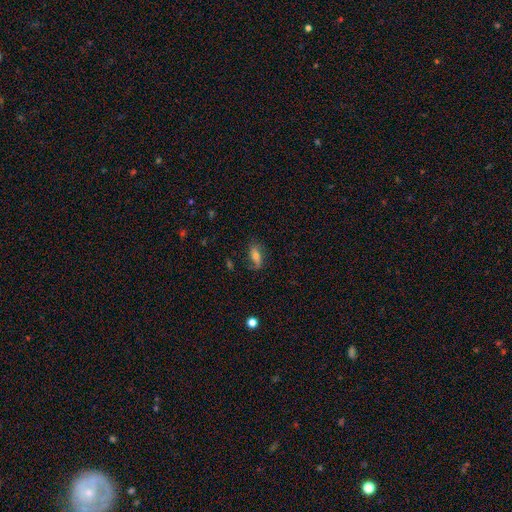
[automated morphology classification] This appears to be a smooth galaxy with no disk features (55%) that is in between round and cigar-shaped (81%). Merging: none (65%).